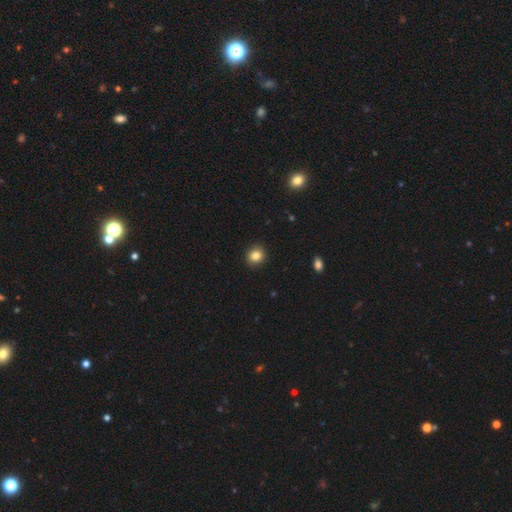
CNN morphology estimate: type=smooth (84%); roundness=round (82%); merging=none (91%).